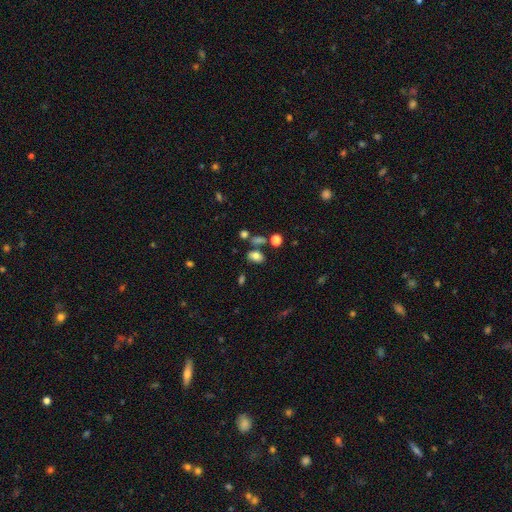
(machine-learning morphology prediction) smooth 77%, star or artifact 13%, featured or disk 10%. Down the decision tree: how rounded — in between (83%); merging — none (67%).